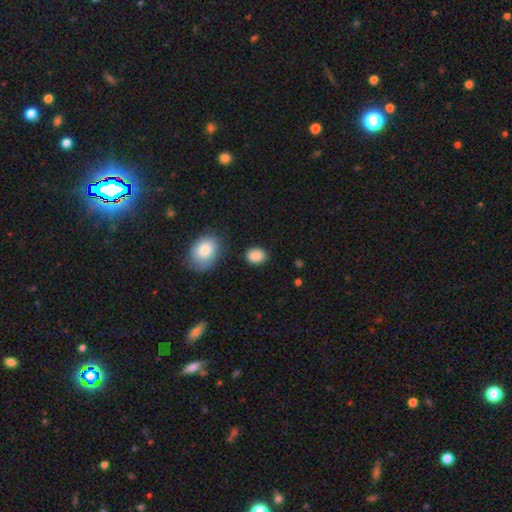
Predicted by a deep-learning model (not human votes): This is clearly a smooth galaxy (88%). How rounded: possibly in between (58%). Merging: clearly none (82%).